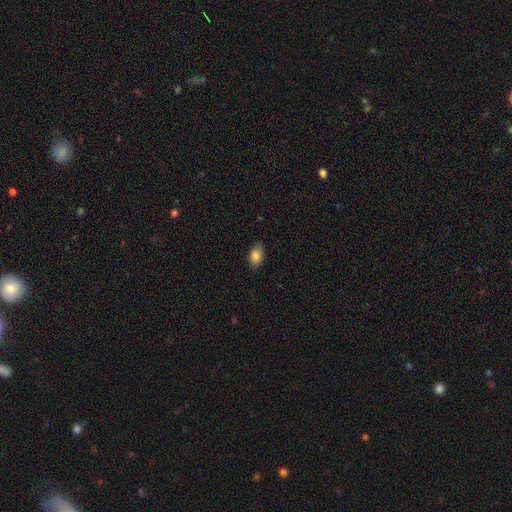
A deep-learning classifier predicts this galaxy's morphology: A smooth galaxy with no disk features (85%) that is in between round and cigar-shaped (91%). Merging: none (85%).